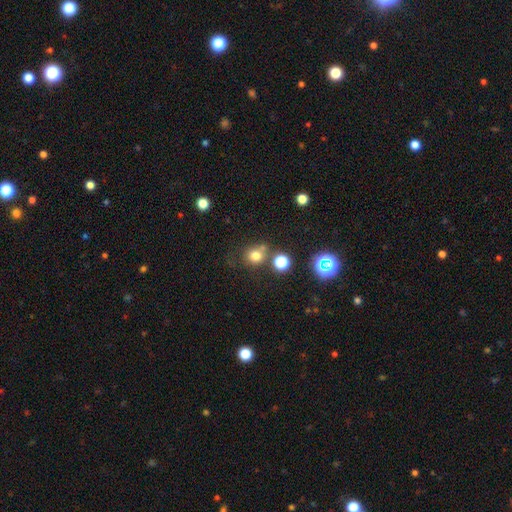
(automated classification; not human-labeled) Smooth or featured? smooth (74%)
How rounded? round (81%)
Merging? none (63%)